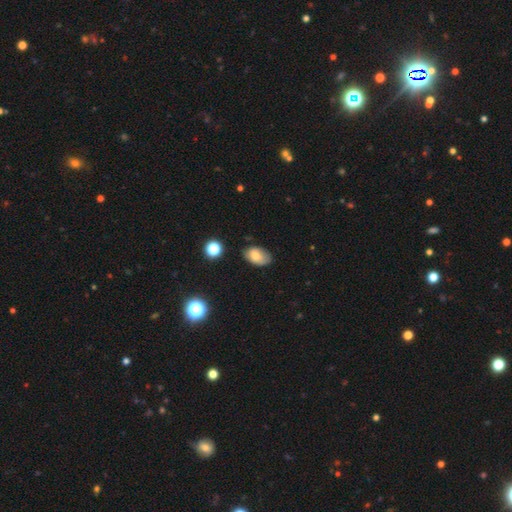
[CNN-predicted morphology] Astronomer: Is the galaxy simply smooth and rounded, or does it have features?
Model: smooth — 73%.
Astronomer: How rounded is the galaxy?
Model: in between — 89%.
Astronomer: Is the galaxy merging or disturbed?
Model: none — 70%.